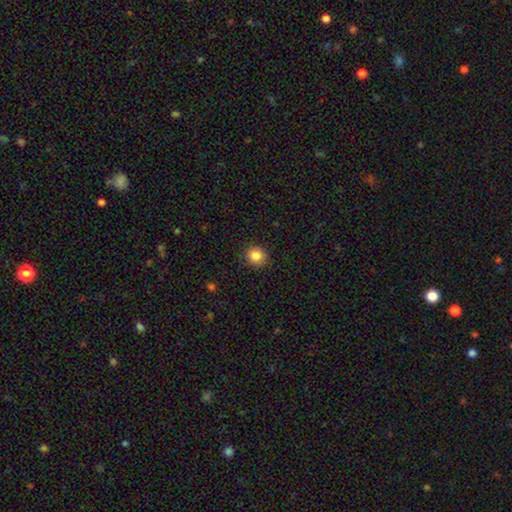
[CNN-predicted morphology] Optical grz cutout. It shows a smooth galaxy with no disk features (85%) that is round (87%). Merging: none (89%).